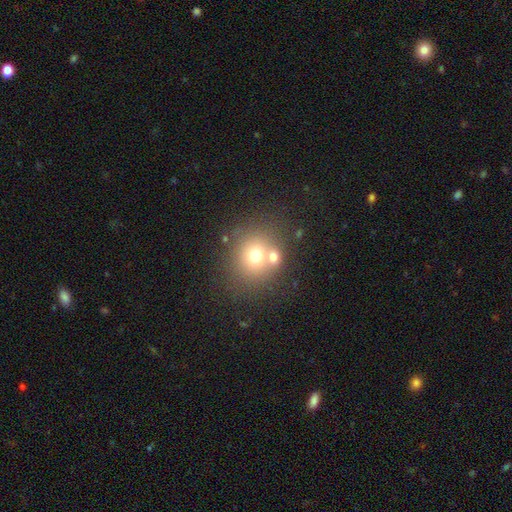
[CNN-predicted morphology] A smooth galaxy with no disk features (68%) that is round (81%). Merging: none (54%).